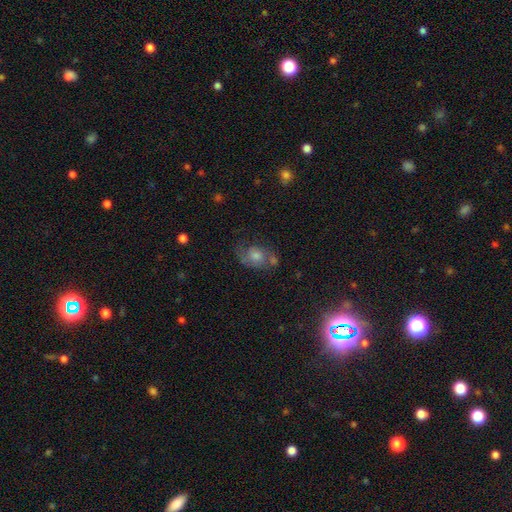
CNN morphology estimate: Smooth or featured? featured or disk (47%)
Merging? none (56%)